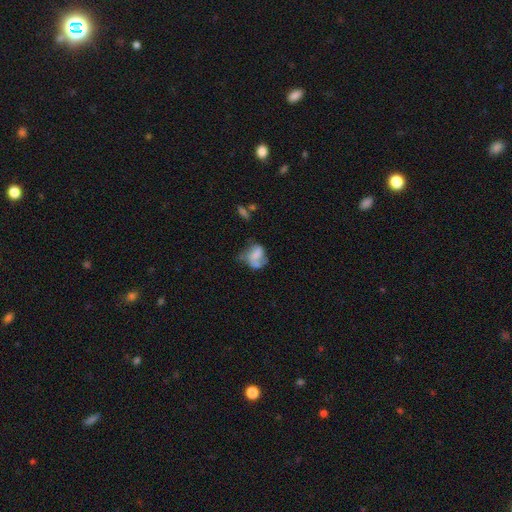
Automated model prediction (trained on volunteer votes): This appears to be a smooth galaxy with no disk features (52%) that is in between round and cigar-shaped (63%). Merging: major disturbance (31%).